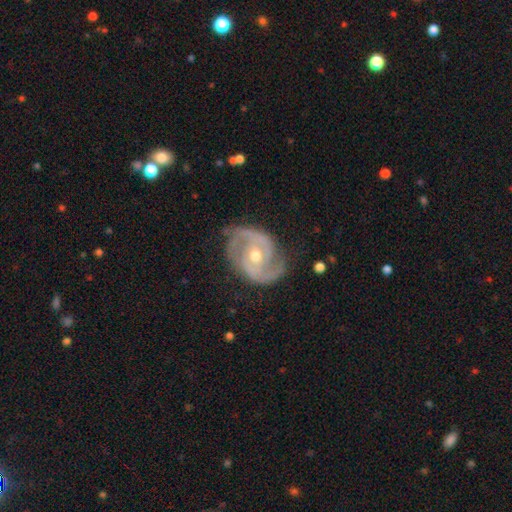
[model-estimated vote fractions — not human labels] Smooth or featured: featured or disk — 90% (smooth — 6%)
Edge-on disk: no — 97% (yes — 3%)
Bar: no — 51% (weak — 36%)
Spiral arms: yes — 96% (no — 4%)
Spiral winding: medium — 48% (tight — 38%)
Spiral arm count: 2 — 85% (3 — 5%)
Bulge size: moderate — 64% (small — 32%)
Merging: none — 74% (minor disturbance — 19%)